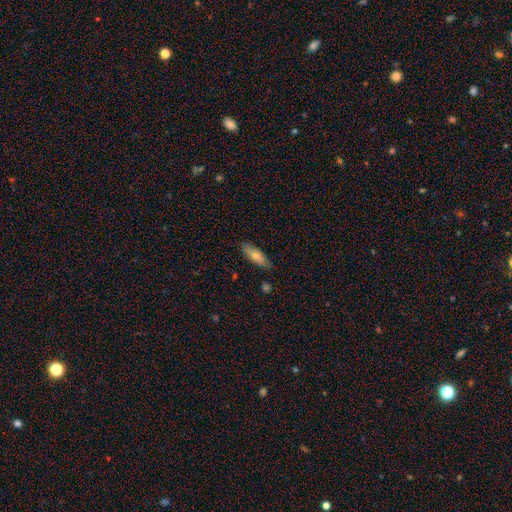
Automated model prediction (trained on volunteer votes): Smooth or featured?
  - smooth: 72% *
  - featured or disk: 22%
  - star or artifact: 6%
How rounded?
  - in between: 67% *
  - cigar-shaped: 30%
  - round: 2%
Merging?
  - none: 81% *
  - minor disturbance: 15%
  - major disturbance: 2%
  - merger: 1%